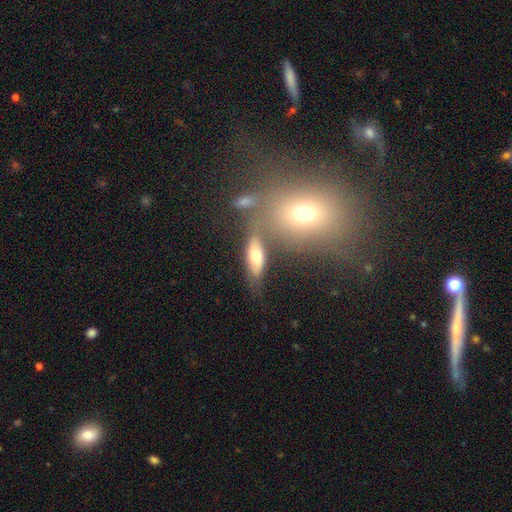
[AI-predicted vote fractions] smooth-or-featured: smooth: 62% | featured or disk: 29% | star or artifact: 10%
  how-rounded: in between: 71% | cigar-shaped: 24% | round: 6%
  merging: none: 58% | minor disturbance: 17% | merger: 16% | major disturbance: 9%